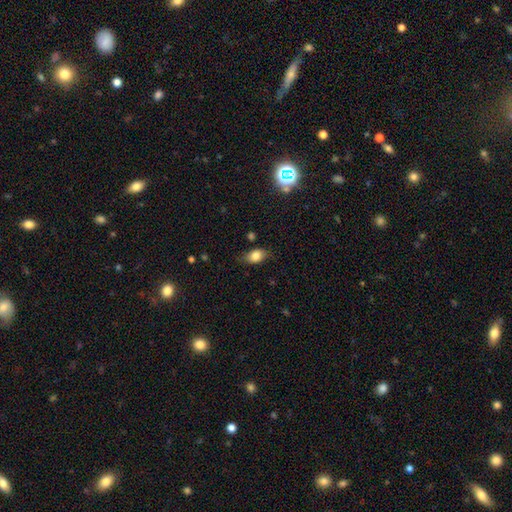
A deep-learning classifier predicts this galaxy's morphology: Smooth or featured? Predicted: smooth (p=0.79). How rounded? Predicted: in between (p=0.84). Merging? Predicted: none (p=0.72).